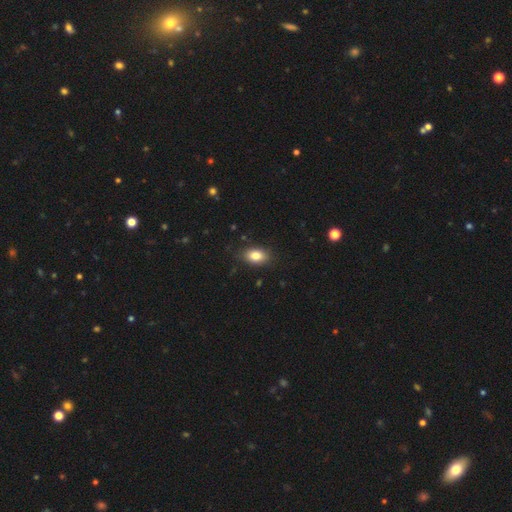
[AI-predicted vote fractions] Smooth or featured? Predicted: smooth (p=0.83). How rounded? Predicted: in between (p=0.87). Merging? Predicted: none (p=0.84).